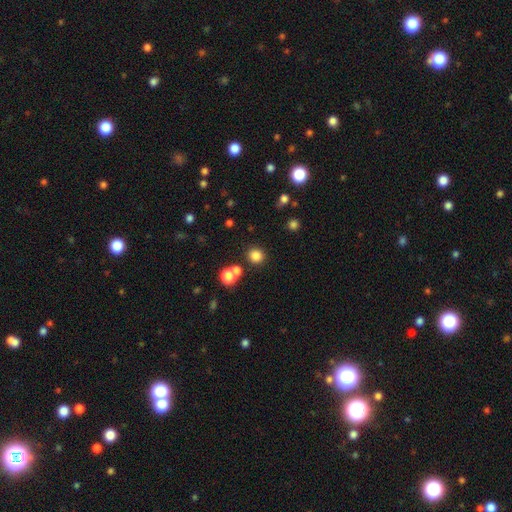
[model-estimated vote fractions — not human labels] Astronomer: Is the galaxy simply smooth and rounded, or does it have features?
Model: smooth — 81%.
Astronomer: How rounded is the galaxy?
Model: round — 89%.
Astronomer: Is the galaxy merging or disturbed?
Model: none — 81%.